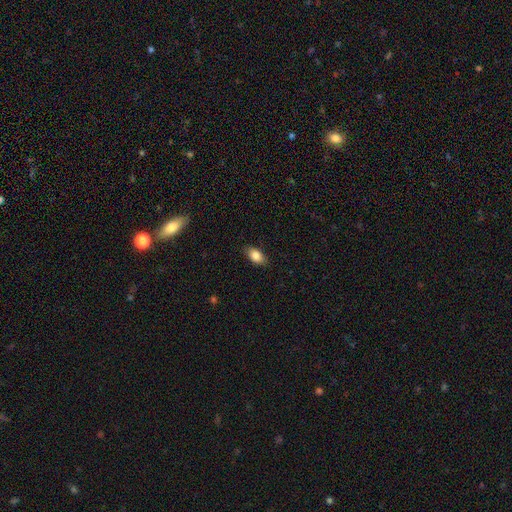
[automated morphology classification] Overall: smooth (85%). How rounded: in between (89%). Merging: none (86%).